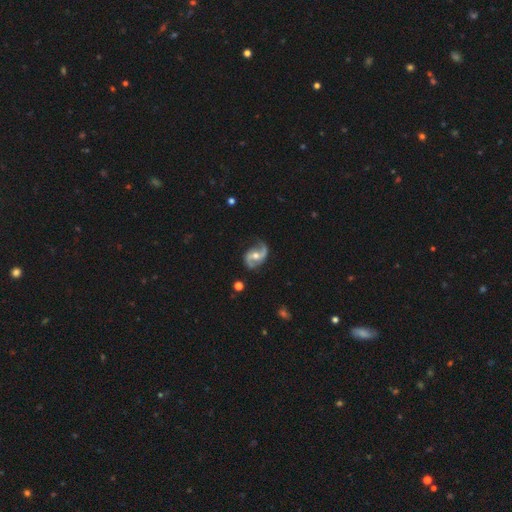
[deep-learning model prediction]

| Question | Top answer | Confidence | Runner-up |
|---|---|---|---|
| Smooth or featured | featured or disk | 90% | smooth (5%) |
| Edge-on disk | no | 98% | yes (2%) |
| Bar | no | 45% | weak (38%) |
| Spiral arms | yes | 97% | no (3%) |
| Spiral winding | loose | 52% | medium (39%) |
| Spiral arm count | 2 | 93% | 1 (2%) |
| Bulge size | moderate | 69% | small (24%) |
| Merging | none | 76% | minor disturbance (16%) |